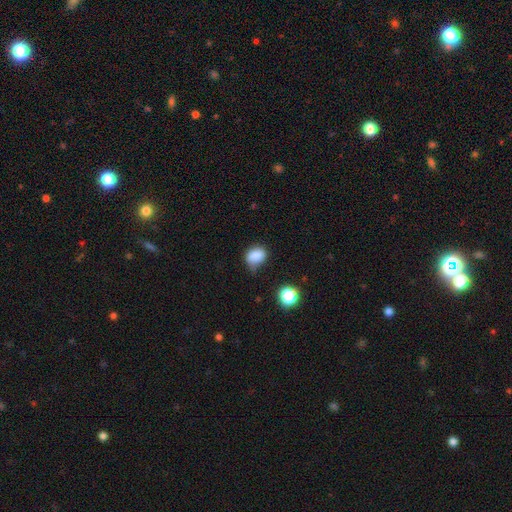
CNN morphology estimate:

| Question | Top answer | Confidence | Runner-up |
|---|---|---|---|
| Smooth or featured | smooth | 82% | star or artifact (11%) |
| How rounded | in between | 53% | round (45%) |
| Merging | none | 44% | minor disturbance (37%) |